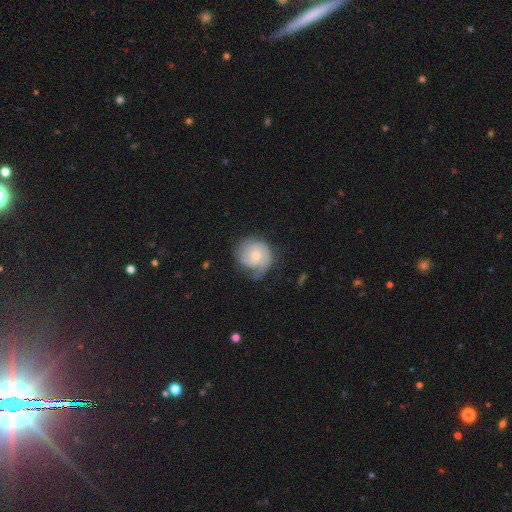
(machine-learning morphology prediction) A featured or disk galaxy (62%) with no bar (75%), 2 (37%) tight (54%) spiral arms (88%) and a small central bulge (50%).

Vote fractions:
- Smooth or featured? featured or disk: 62% / smooth: 31% / star or artifact: 7%
- Edge-on disk? no: 98% / yes: 2%
- Bar? no: 75% / weak: 22% / strong: 3%
- Spiral arms? yes: 88% / no: 12%
- Spiral winding? tight: 54% / medium: 32% / loose: 14%
- Spiral arm count? 2: 37% / can't tell: 27% / 1: 17% / 3: 13% / 4: 3% / more than 4: 3%
- Bulge size? small: 50% / moderate: 45% / large: 2% / none: 2% / dominant: 1%
- Merging? none: 55% / minor disturbance: 28% / major disturbance: 15% / merger: 2%